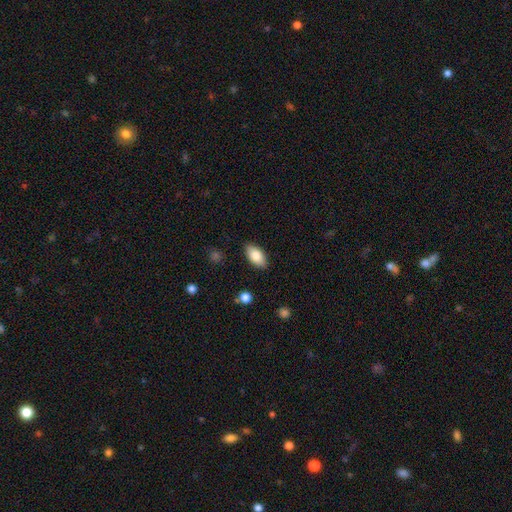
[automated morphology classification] smooth-or-featured: smooth: 82% | featured or disk: 11% | star or artifact: 7%
  how-rounded: in between: 92% | cigar-shaped: 5% | round: 3%
  merging: none: 87% | minor disturbance: 9% | major disturbance: 2% | merger: 1%